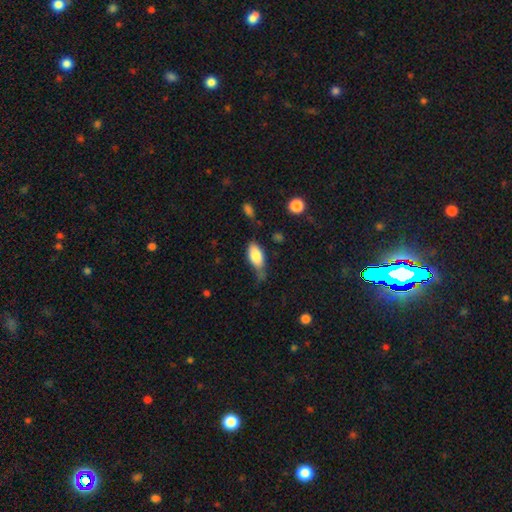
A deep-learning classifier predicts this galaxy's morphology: A smooth galaxy with no disk features (81%) that is in between round and cigar-shaped (90%).

Vote fractions:
- Smooth or featured? smooth: 81% / featured or disk: 12% / star or artifact: 7%
- How rounded? in between: 90% / cigar-shaped: 8% / round: 3%
- Merging? none: 48% / minor disturbance: 34% / major disturbance: 11% / merger: 7%